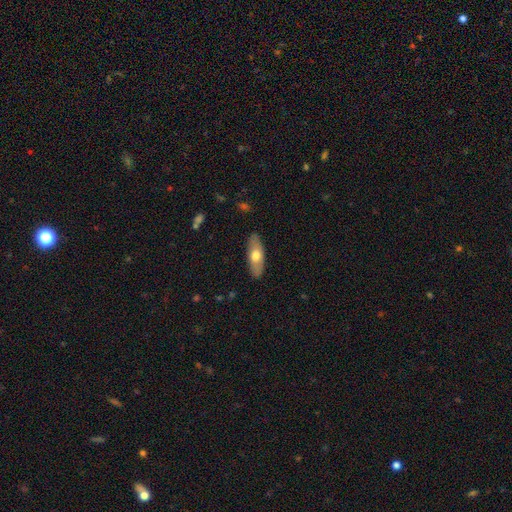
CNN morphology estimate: smooth 61%, featured or disk 34%, star or artifact 5%. Down the decision tree: how rounded — in between (68%); merging — none (88%).